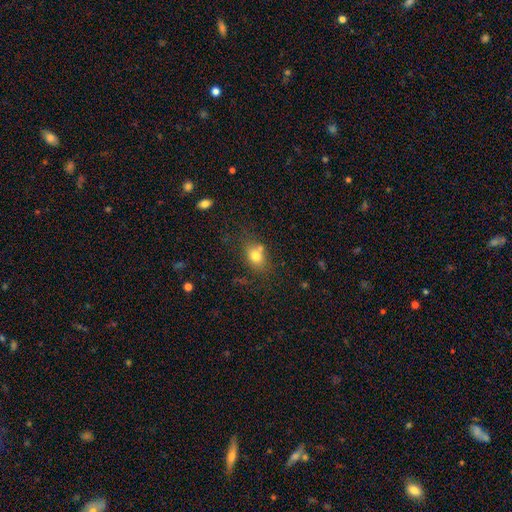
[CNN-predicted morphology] Overall: smooth (75%). How rounded: in between (58%; round 40%). Merging: none (60%).